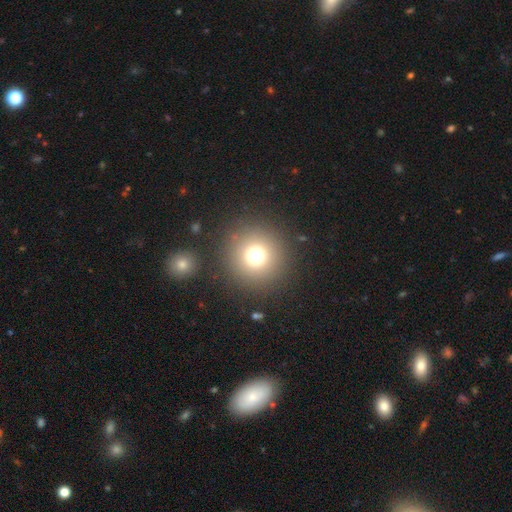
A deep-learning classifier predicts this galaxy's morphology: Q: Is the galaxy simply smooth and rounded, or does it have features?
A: smooth — 72%.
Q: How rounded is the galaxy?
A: round — 96%.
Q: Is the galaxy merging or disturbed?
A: none — 88%.